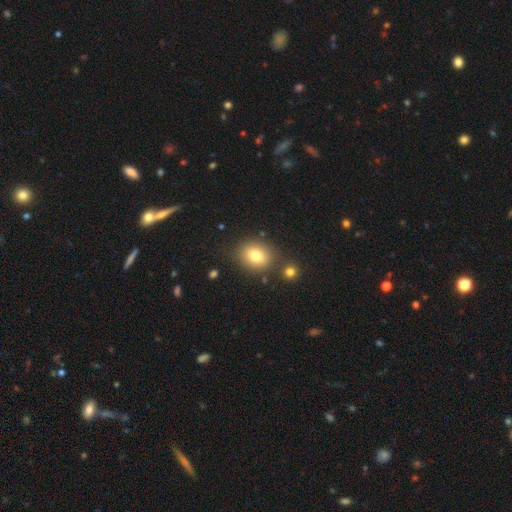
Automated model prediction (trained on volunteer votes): smooth-or-featured: smooth: 78% | featured or disk: 12% | star or artifact: 11%
  how-rounded: round: 51% | in between: 48% | cigar-shaped: 1%
  merging: none: 77% | minor disturbance: 11% | merger: 8% | major disturbance: 4%